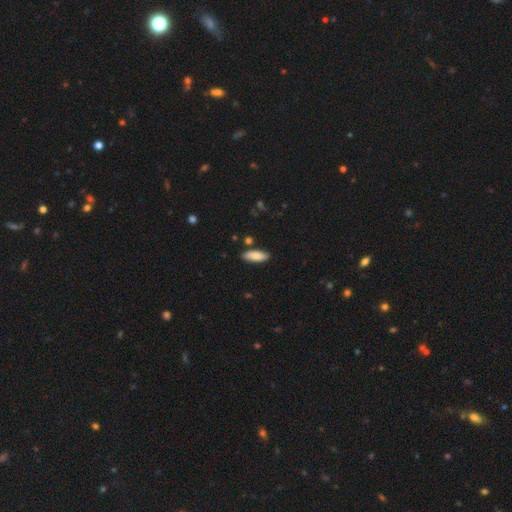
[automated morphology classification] Overall: smooth (80%). How rounded: in between (63%; cigar-shaped 35%). Merging: none (84%).